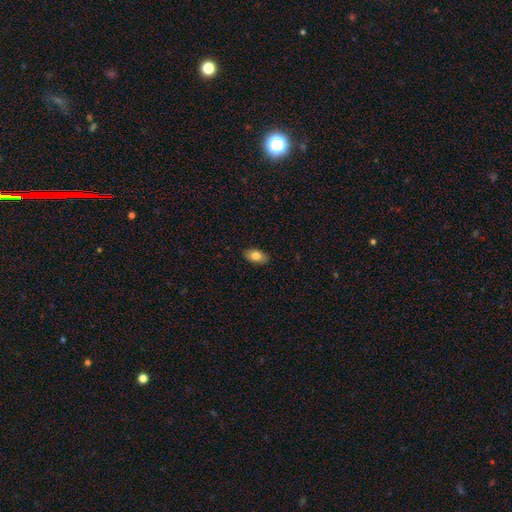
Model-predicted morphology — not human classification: Overall: smooth (81%). How rounded: in between (91%). Merging: none (88%).